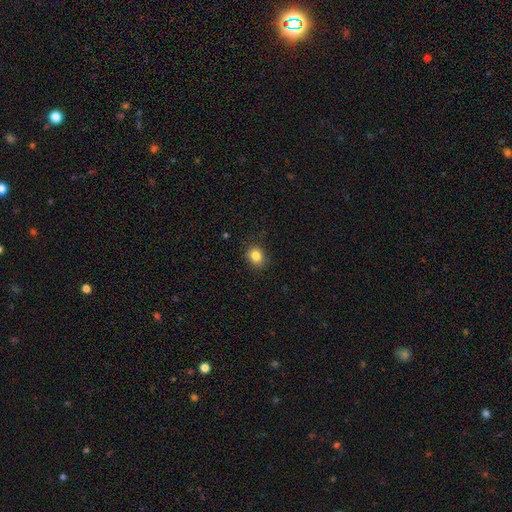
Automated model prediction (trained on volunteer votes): This appears to be a smooth galaxy with no disk features (84%) that is round (67%). Merging: none (85%).